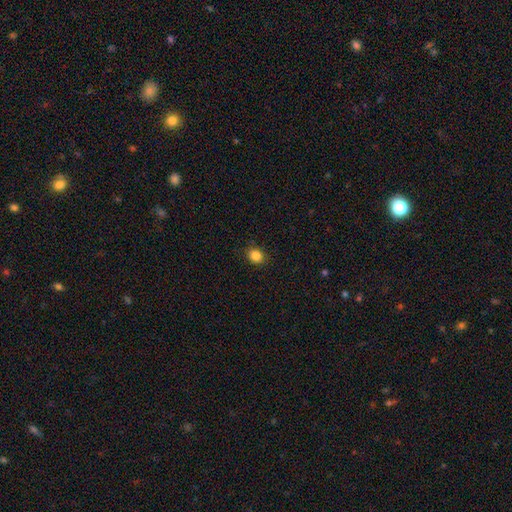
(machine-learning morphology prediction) A smooth galaxy with no disk features (85%) that is round (65%). Merging: none (89%).